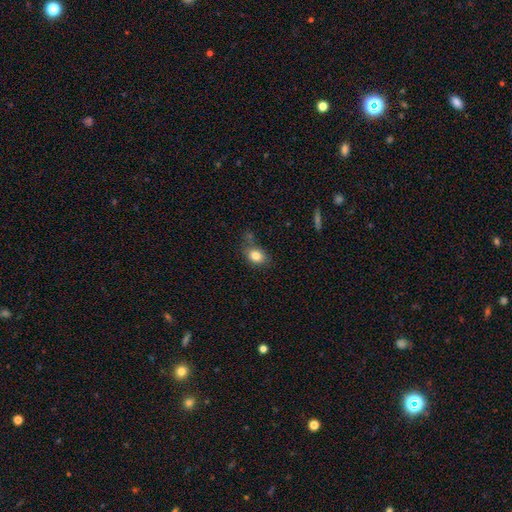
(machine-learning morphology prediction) smooth-or-featured: smooth: 82% | star or artifact: 10% | featured or disk: 8%
  how-rounded: in between: 64% | round: 34% | cigar-shaped: 1%
  merging: none: 61% | minor disturbance: 22% | merger: 10% | major disturbance: 7%